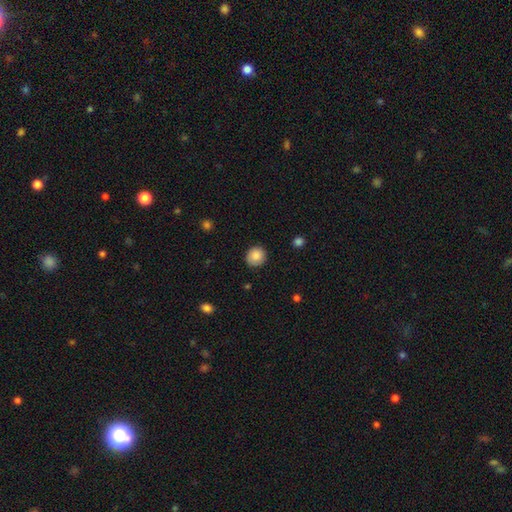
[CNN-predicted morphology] The model was most divided on "how rounded": round: 88%, in between: 11%, cigar-shaped: 1%. More confident: merging — none (88%); smooth or featured — smooth (87%).